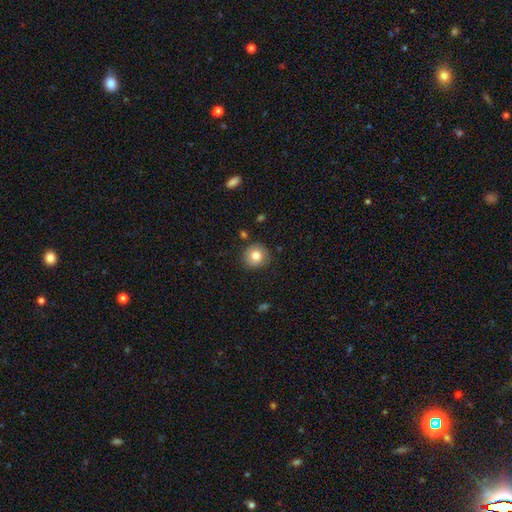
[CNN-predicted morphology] Smooth or featured?
  - smooth: 82% *
  - featured or disk: 9%
  - star or artifact: 9%
How rounded?
  - round: 90% *
  - in between: 9%
  - cigar-shaped: 1%
Merging?
  - none: 86% *
  - minor disturbance: 10%
  - major disturbance: 2%
  - merger: 2%